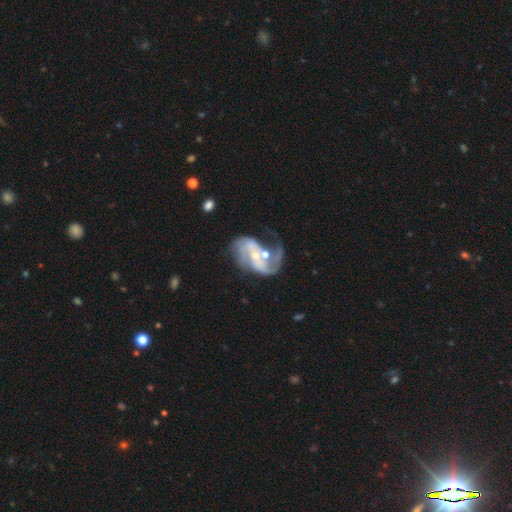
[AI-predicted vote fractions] Overall: featured or disk (84%). Edge-on disk: no (97%). Bar: no (44%; weak 36%). Spiral arms: yes (90%). Spiral arm count: 2 (73%). Spiral winding: loose (51%; medium 37%). Bulge size: small (53%; moderate 39%). Merging: merger (31%; none 30%).